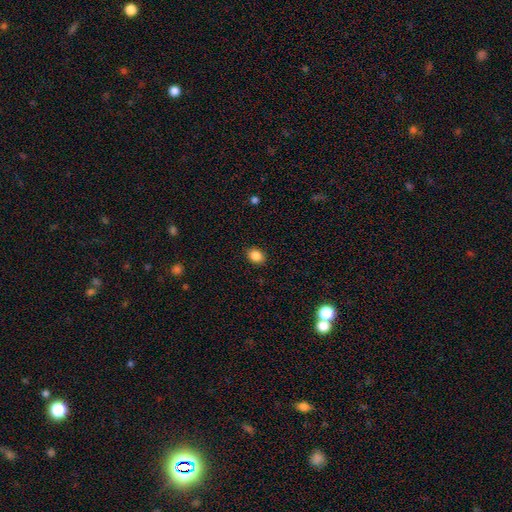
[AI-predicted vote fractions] The model was most divided on "how rounded": in between: 55%, round: 44%, cigar-shaped: 1%. More confident: merging — none (90%); smooth or featured — smooth (87%).